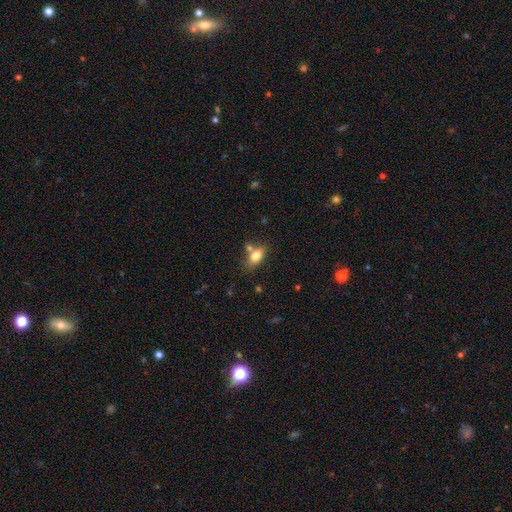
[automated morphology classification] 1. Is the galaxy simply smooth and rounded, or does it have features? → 75% smooth, 16% featured or disk, 9% star or artifact.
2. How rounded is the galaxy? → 82% in between, 10% round, 8% cigar-shaped.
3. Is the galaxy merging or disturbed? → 58% none, 21% merger, 16% minor disturbance, 5% major disturbance.